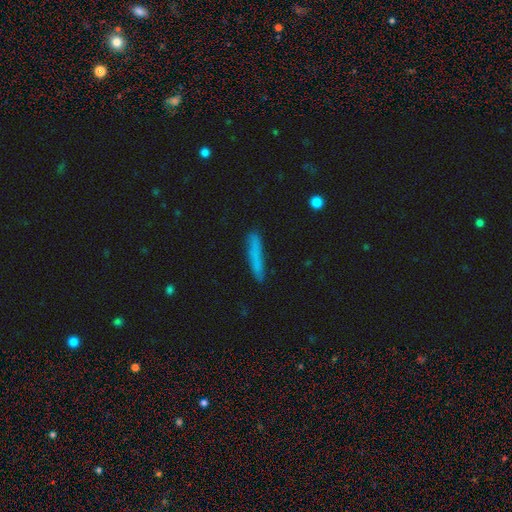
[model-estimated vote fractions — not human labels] smooth_or_featured: smooth (p=0.75) [alt: featured or disk p=0.17]
how_rounded: cigar-shaped (p=0.93) [alt: in between p=0.05]
merging: none (p=0.82) [alt: minor disturbance p=0.13]